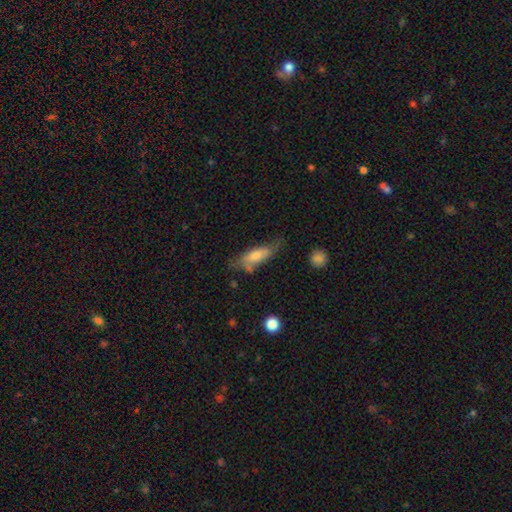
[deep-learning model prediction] smooth-or-featured: smooth: 62% | featured or disk: 31% | star or artifact: 7%
  how-rounded: in between: 56% | cigar-shaped: 42% | round: 3%
  merging: none: 50% | minor disturbance: 31% | major disturbance: 13% | merger: 6%